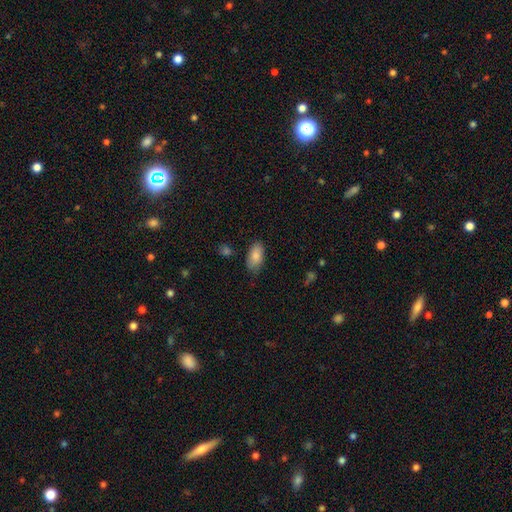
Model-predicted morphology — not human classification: Smooth or featured? smooth (86%)
How rounded? in between (93%)
Merging? none (77%)